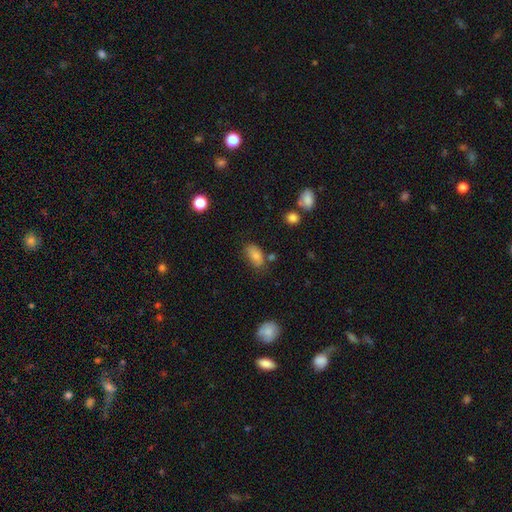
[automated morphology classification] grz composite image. It shows a smooth galaxy with no disk features (82%) that is in between round and cigar-shaped (91%). Merging: none (64%).